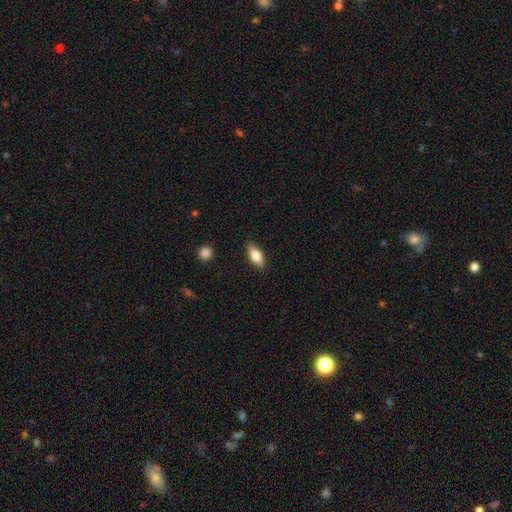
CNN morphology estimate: smooth-or-featured: smooth: 73% | featured or disk: 20% | star or artifact: 7%
  how-rounded: in between: 78% | cigar-shaped: 19% | round: 3%
  merging: none: 87% | minor disturbance: 10% | major disturbance: 2% | merger: 1%